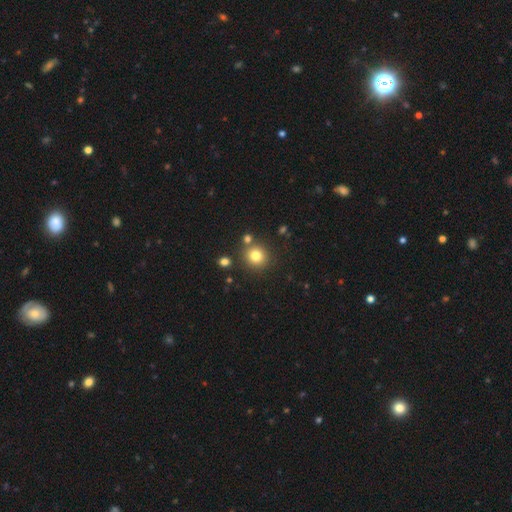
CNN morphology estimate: smooth-or-featured: smooth: 79% | star or artifact: 13% | featured or disk: 8%
  how-rounded: round: 90% | in between: 9% | cigar-shaped: 1%
  merging: none: 79% | merger: 11% | minor disturbance: 8% | major disturbance: 3%